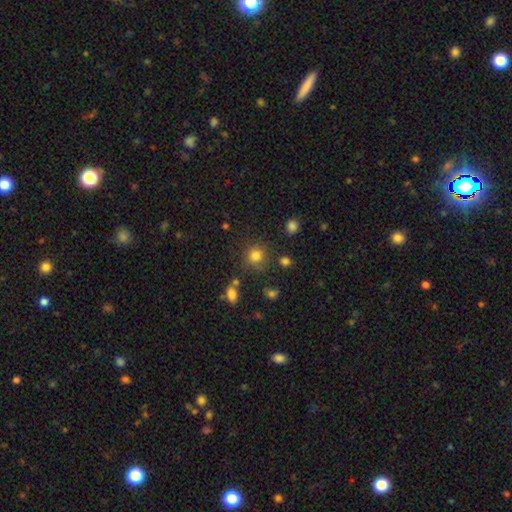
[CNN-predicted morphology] This appears to be a smooth galaxy with no disk features (80%) that is round (88%). Merging: none (77%).